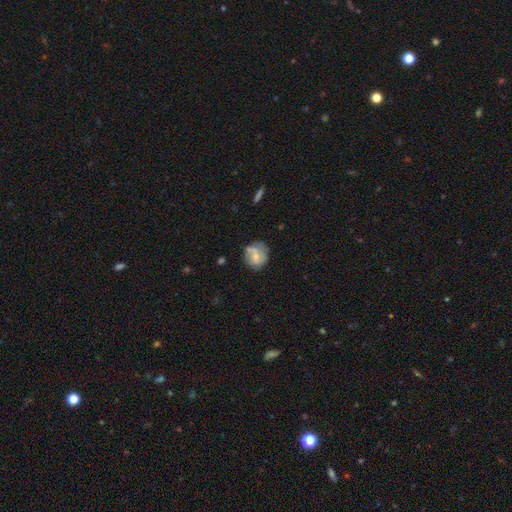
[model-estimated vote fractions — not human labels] Smooth or featured? Predicted: featured or disk (p=0.47). Merging? Predicted: none (p=0.59).